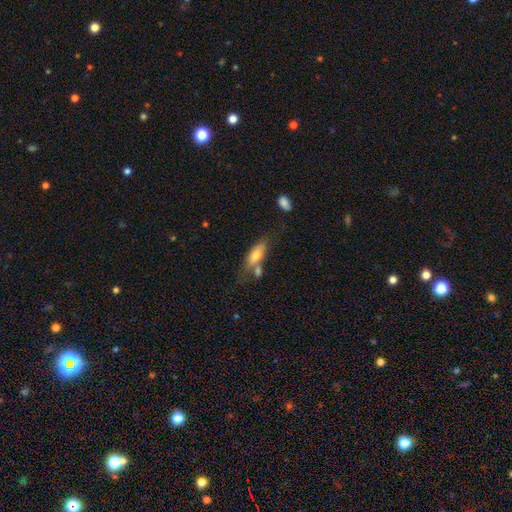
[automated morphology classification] smooth 69%, featured or disk 24%, star or artifact 7%. Down the decision tree: how rounded — in between (64%); merging — none (42%).